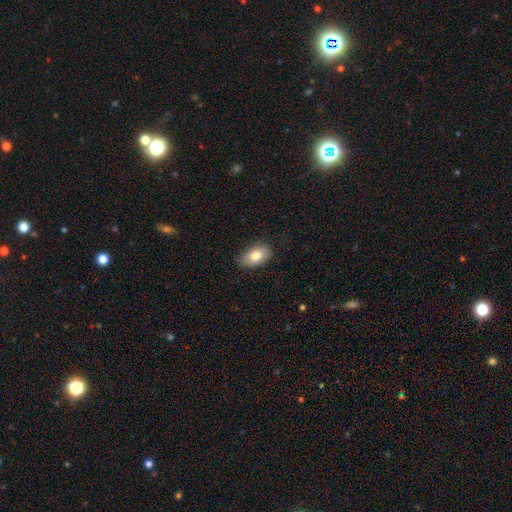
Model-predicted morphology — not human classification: smooth-or-featured: smooth: 81% | featured or disk: 12% | star or artifact: 7%
  how-rounded: in between: 91% | round: 7% | cigar-shaped: 2%
  merging: none: 81% | minor disturbance: 16% | major disturbance: 3% | merger: 1%